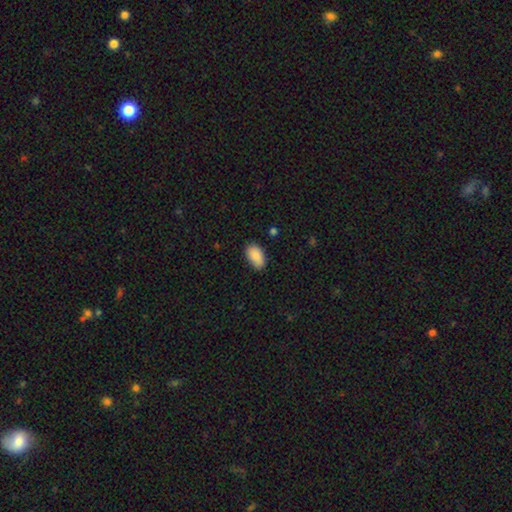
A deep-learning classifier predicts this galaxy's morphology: Q: Smooth or featured?
A: smooth (89%); runner-up: star or artifact (7%)
Q: How rounded?
A: in between (94%); runner-up: round (5%)
Q: Merging?
A: none (82%); runner-up: minor disturbance (14%)